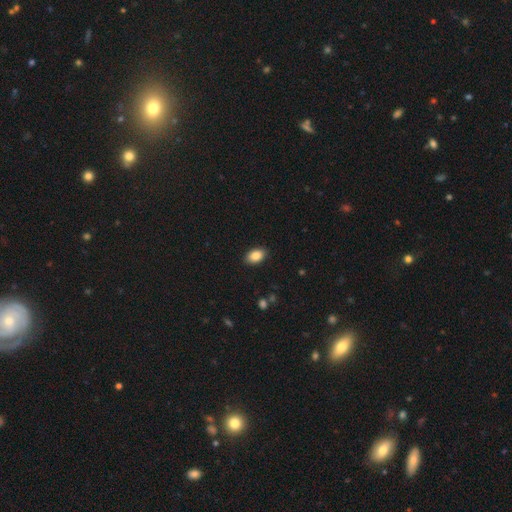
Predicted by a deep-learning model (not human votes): smooth_or_featured: smooth (p=0.87) [alt: star or artifact p=0.07]
how_rounded: in between (p=0.90) [alt: round p=0.08]
merging: none (p=0.88) [alt: minor disturbance p=0.09]